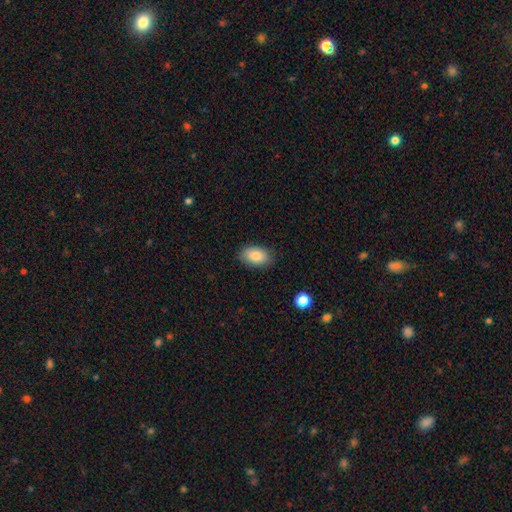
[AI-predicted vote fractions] smooth_or_featured: smooth (p=0.84) [alt: featured or disk p=0.08]
how_rounded: in between (p=0.89) [alt: round p=0.09]
merging: none (p=0.85) [alt: minor disturbance p=0.12]